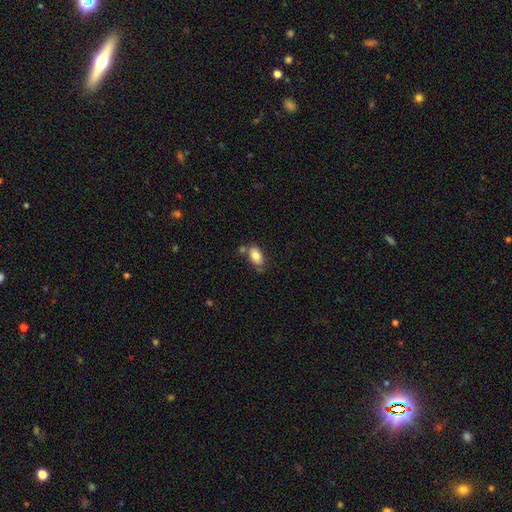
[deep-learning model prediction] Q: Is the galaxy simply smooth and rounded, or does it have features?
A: smooth — 79%.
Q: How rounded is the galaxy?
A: in between — 92%.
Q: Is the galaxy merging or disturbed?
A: none — 62%.